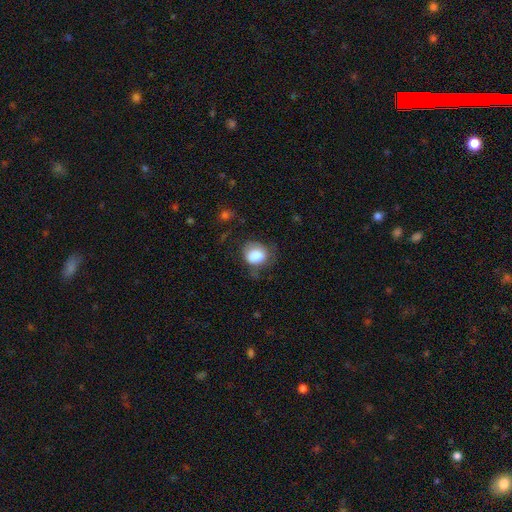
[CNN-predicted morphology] Smooth or featured? smooth (82%)
How rounded? round (58%)
Merging? none (49%)